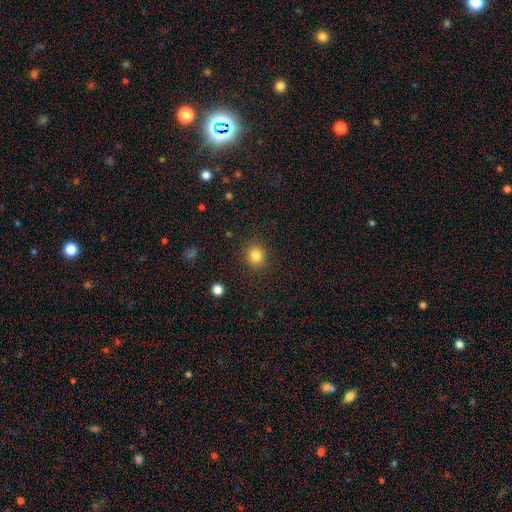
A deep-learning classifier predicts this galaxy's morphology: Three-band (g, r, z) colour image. It shows a smooth galaxy with no disk features (84%) that is round (83%). Merging: none (89%).